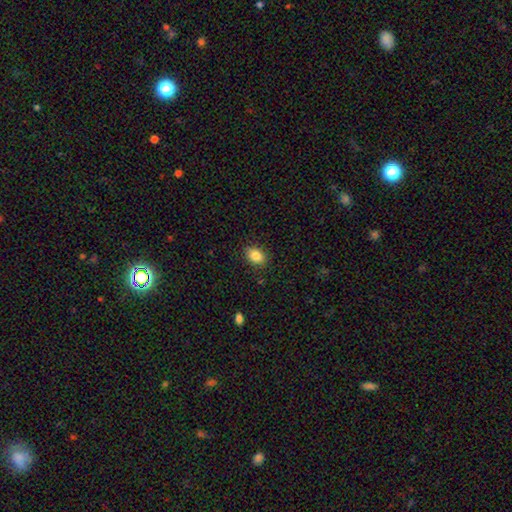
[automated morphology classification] Overall: smooth (85%). How rounded: in between (81%). Merging: none (88%).